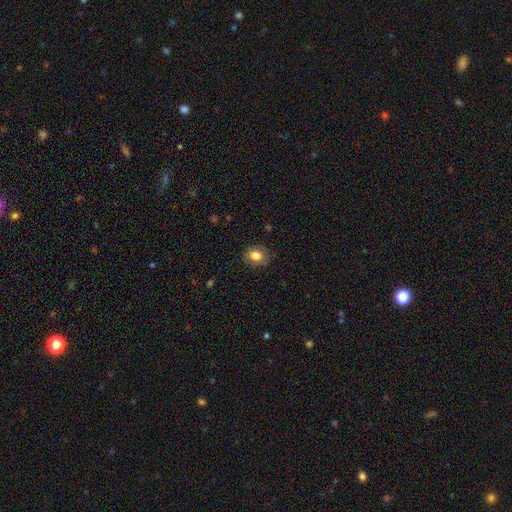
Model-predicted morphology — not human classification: smooth-or-featured: smooth: 79% | featured or disk: 12% | star or artifact: 9%
  how-rounded: round: 57% | in between: 42% | cigar-shaped: 1%
  merging: none: 83% | minor disturbance: 12% | major disturbance: 3% | merger: 1%